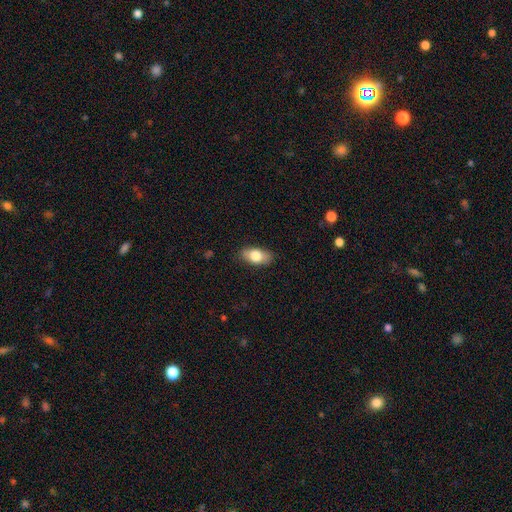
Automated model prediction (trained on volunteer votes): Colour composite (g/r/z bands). It shows a smooth galaxy with no disk features (77%) that is in between round and cigar-shaped (89%). Merging: none (84%).